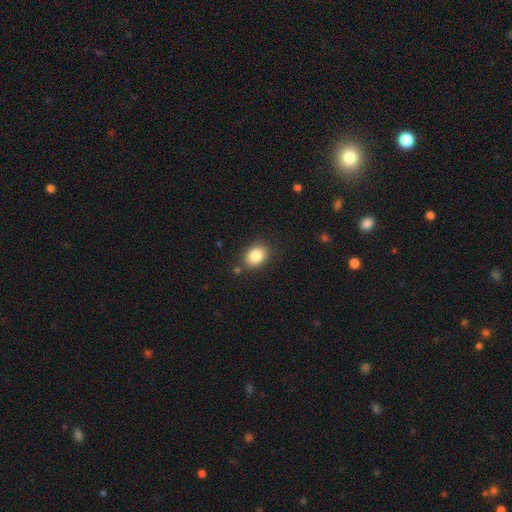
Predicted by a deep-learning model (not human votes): Smooth or featured? Predicted: smooth (p=0.85). How rounded? Predicted: in between (p=0.57). Merging? Predicted: none (p=0.81).